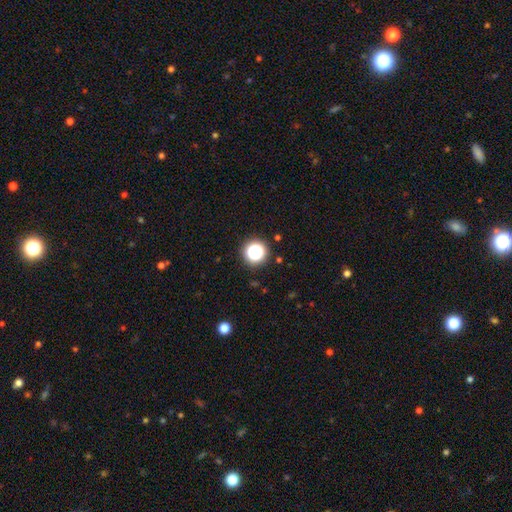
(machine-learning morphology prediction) This appears to be a smooth galaxy with no disk features (51%) that is round (89%). Merging: none (79%).